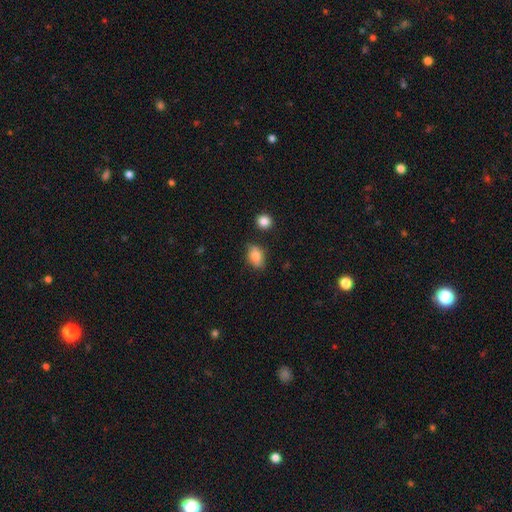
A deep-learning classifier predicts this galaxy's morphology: smooth_or_featured: smooth (p=0.79) [alt: featured or disk p=0.12]
how_rounded: in between (p=0.82) [alt: round p=0.16]
merging: none (p=0.70) [alt: minor disturbance p=0.22]